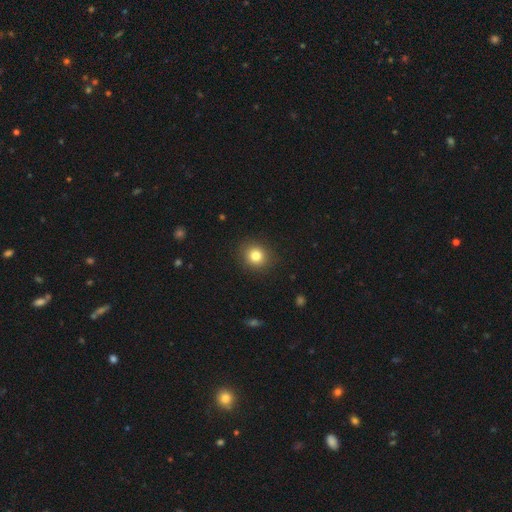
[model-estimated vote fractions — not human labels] smooth-or-featured: smooth: 82% | star or artifact: 11% | featured or disk: 7%
  how-rounded: round: 84% | in between: 15% | cigar-shaped: 1%
  merging: none: 90% | minor disturbance: 7% | major disturbance: 2% | merger: 1%